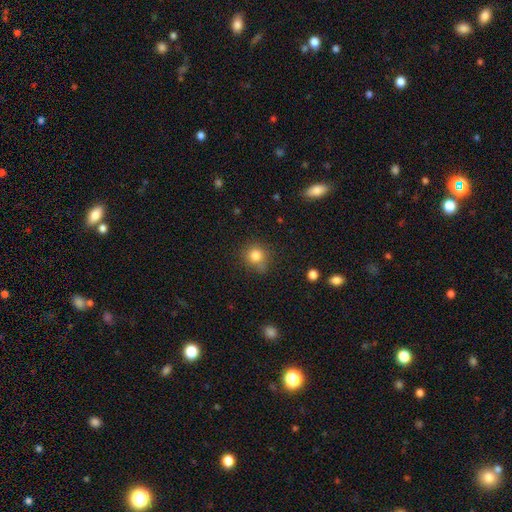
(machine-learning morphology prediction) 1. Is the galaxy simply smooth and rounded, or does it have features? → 82% smooth, 12% star or artifact, 6% featured or disk.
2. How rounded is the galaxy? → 88% round, 12% in between, 1% cigar-shaped.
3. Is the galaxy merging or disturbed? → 72% none, 19% minor disturbance, 5% major disturbance, 4% merger.